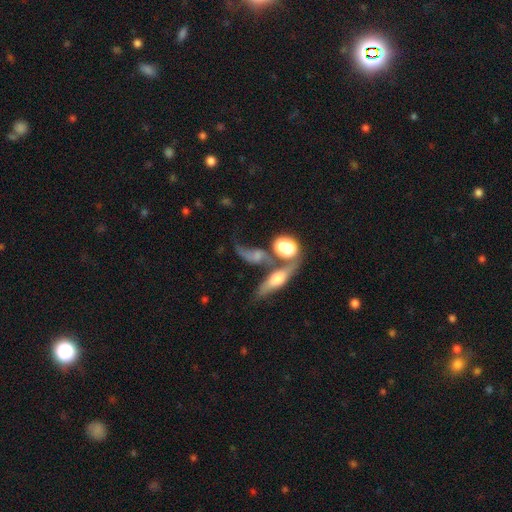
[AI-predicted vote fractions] Overall: featured or disk (57%; smooth 31%). Edge-on disk: no (78%). Merging: merger (40%; none 28%).